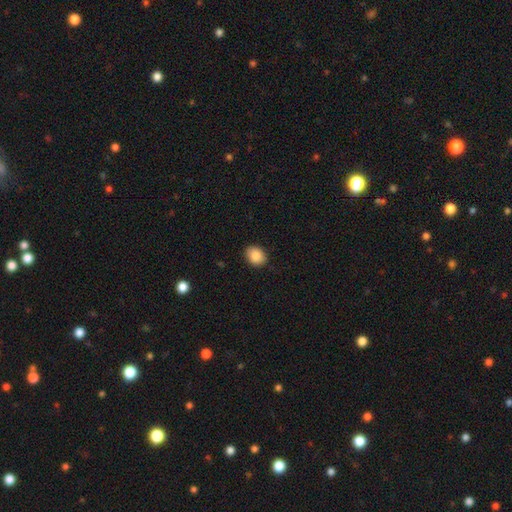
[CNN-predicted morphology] type=smooth (87%); roundness=round (53%); merging=none (87%).